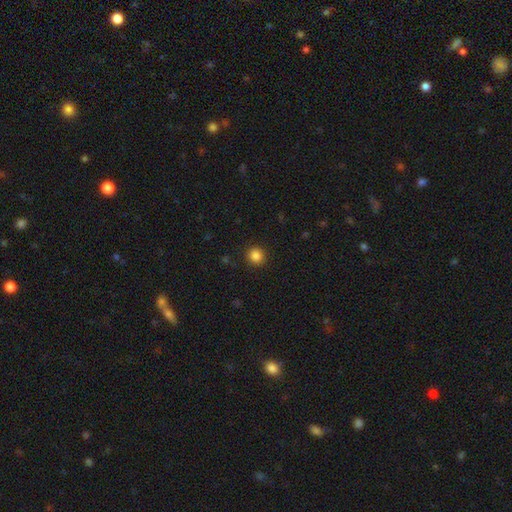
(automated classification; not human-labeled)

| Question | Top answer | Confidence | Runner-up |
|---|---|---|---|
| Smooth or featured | smooth | 85% | star or artifact (11%) |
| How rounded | round | 92% | in between (8%) |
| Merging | none | 92% | minor disturbance (5%) |